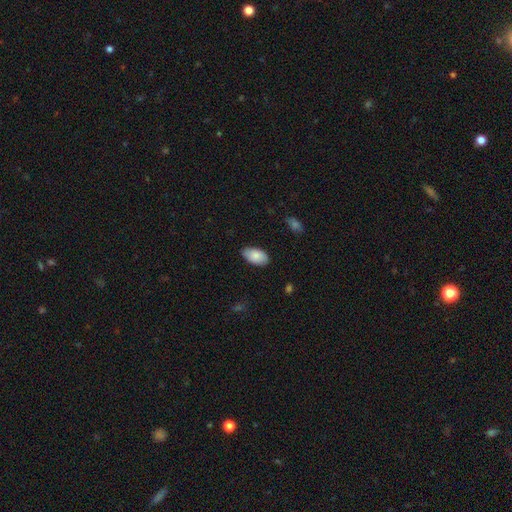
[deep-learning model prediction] smooth 85%, featured or disk 8%, star or artifact 6%. Down the decision tree: how rounded — in between (95%); merging — none (82%).